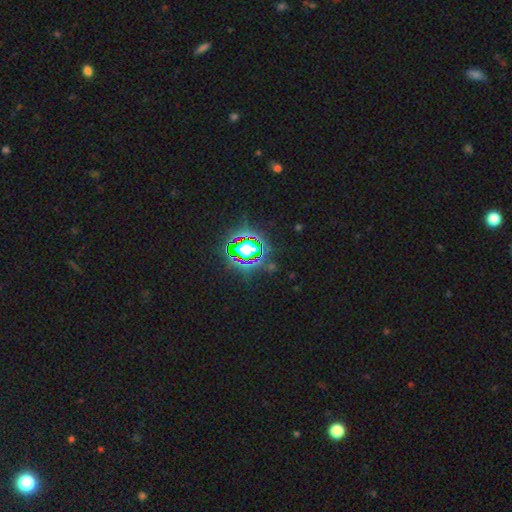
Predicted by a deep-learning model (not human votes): A star or artifact, not a galaxy (83%).